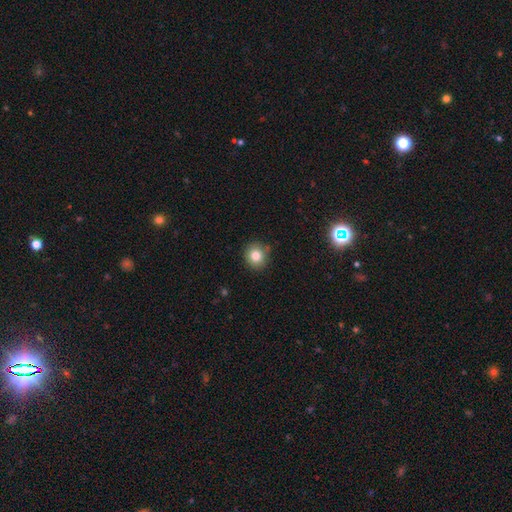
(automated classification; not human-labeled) This appears to be a smooth galaxy with no disk features (81%) that is round (87%). Merging: none (84%).